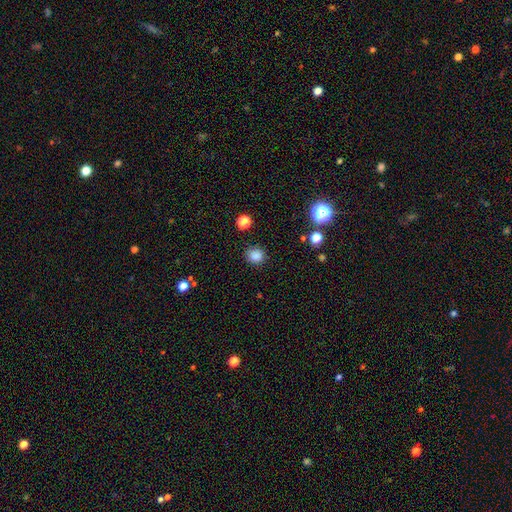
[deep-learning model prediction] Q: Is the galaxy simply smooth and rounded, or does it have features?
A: smooth — 84%.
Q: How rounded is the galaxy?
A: round — 82%.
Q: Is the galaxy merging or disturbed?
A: none — 86%.